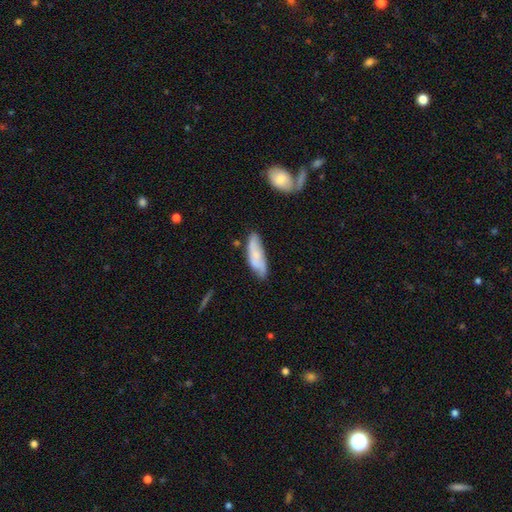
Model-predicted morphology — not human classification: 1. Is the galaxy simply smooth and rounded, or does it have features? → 60% smooth, 33% featured or disk, 7% star or artifact.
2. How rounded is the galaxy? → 58% in between, 41% cigar-shaped, 2% round.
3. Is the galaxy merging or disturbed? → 66% none, 26% minor disturbance, 5% major disturbance, 3% merger.